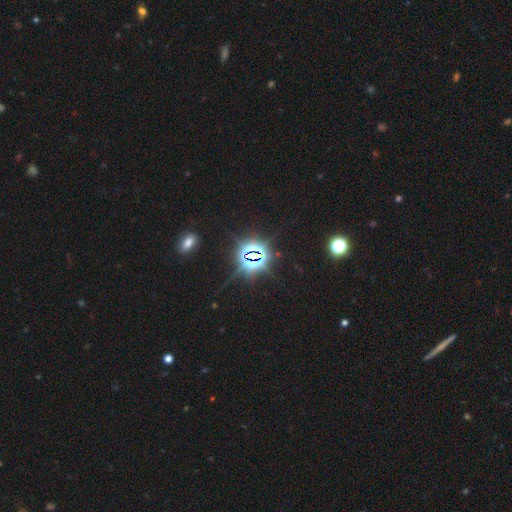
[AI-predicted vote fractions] star or artifact 84%, smooth 9%, featured or disk 7%.